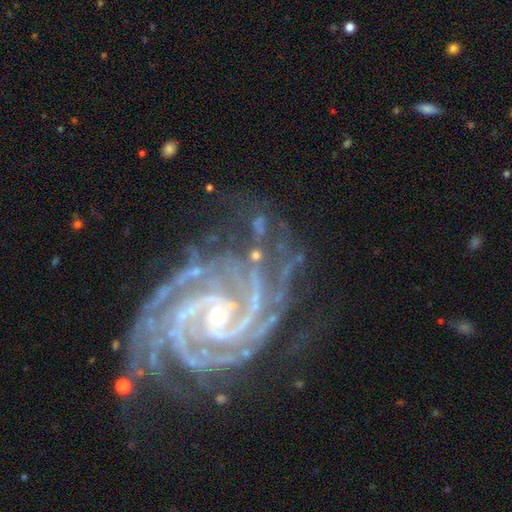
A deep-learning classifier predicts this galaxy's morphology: The model was most divided on "spiral arm count": 2: 24%, can't tell: 23%, 3: 22%, 4: 11%, more than 4: 10%, 1: 9%. Remaining: edge-on disk — no (97%); spiral arms — yes (90%); smooth or featured — featured or disk (70%); bulge size — small (54%); merging — none (53%); spiral winding — tight (49%); bar — no (48%).